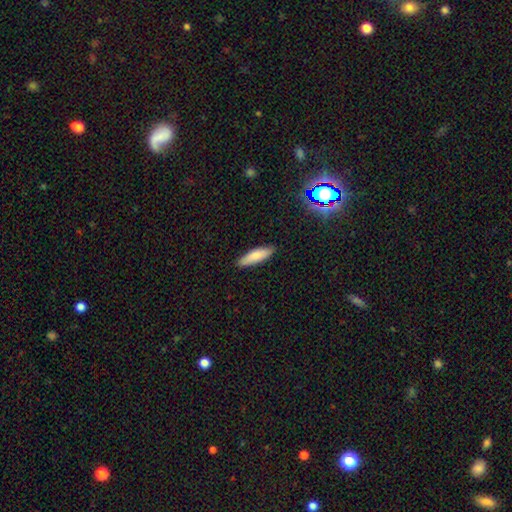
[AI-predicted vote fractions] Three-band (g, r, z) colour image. It shows a smooth galaxy with no disk features (80%) that is cigar-shaped (63%). Merging: none (88%).